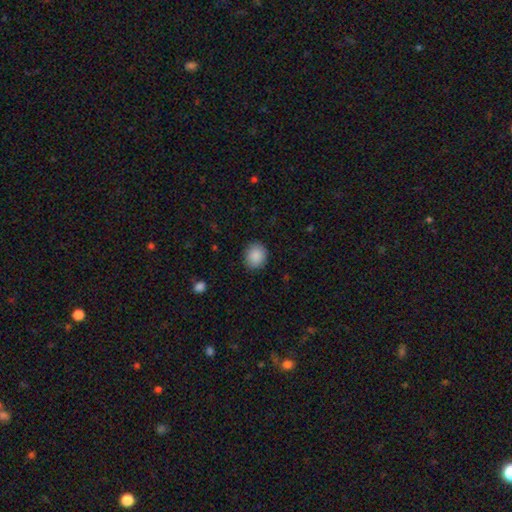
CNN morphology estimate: smooth 89%, star or artifact 8%, featured or disk 3%. Down the decision tree: how rounded — round (70%); merging — none (88%).